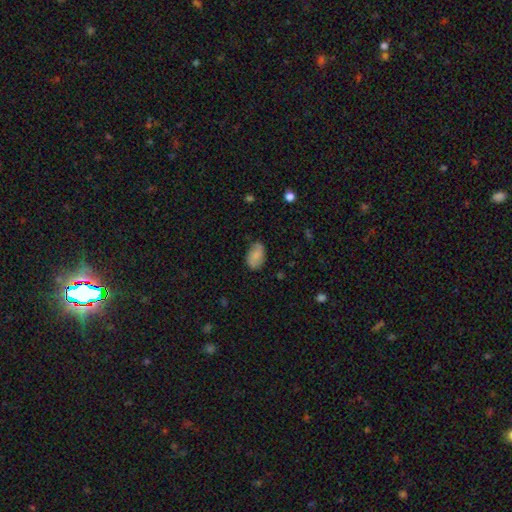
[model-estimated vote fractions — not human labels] smooth_or_featured: smooth (p=0.72) [alt: featured or disk p=0.20]
how_rounded: in between (p=0.91) [alt: round p=0.08]
merging: none (p=0.71) [alt: minor disturbance p=0.22]